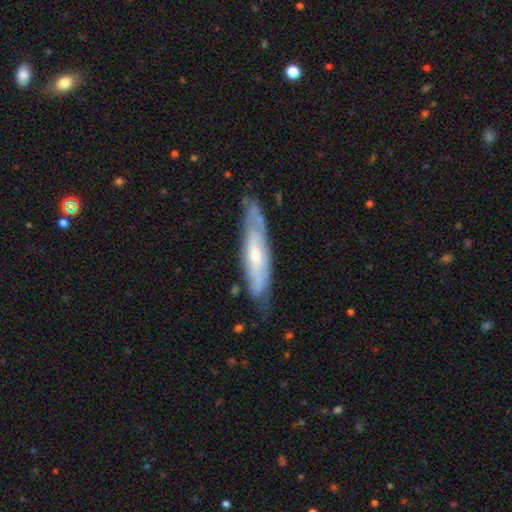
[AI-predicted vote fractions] A featured or disk galaxy (66%).

Vote fractions:
- Smooth or featured? featured or disk: 66% / smooth: 28% / star or artifact: 6%
- Edge-on disk? no: 54% / yes: 46%
- Merging? none: 71% / minor disturbance: 22% / major disturbance: 6% / merger: 2%